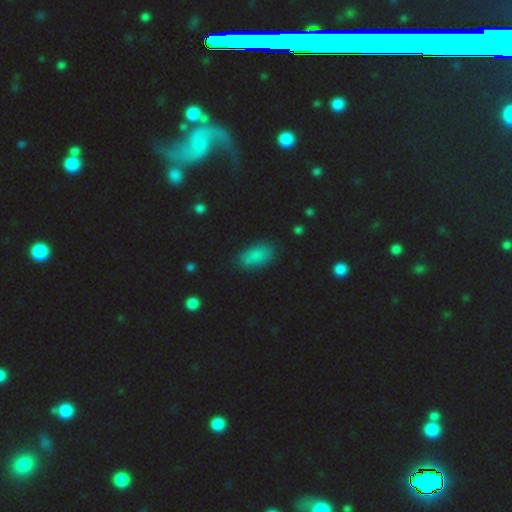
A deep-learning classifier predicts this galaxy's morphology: Smooth or featured? smooth (80%)
How rounded? in between (90%)
Merging? none (77%)